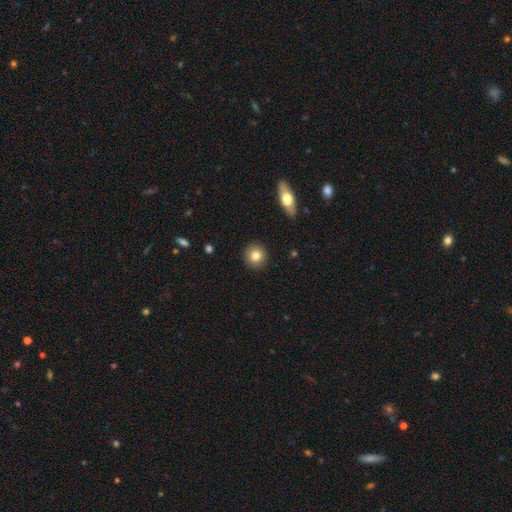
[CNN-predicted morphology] Smooth or featured: smooth — 82% (featured or disk — 9%)
How rounded: round — 92% (in between — 6%)
Merging: none — 92% (minor disturbance — 5%)